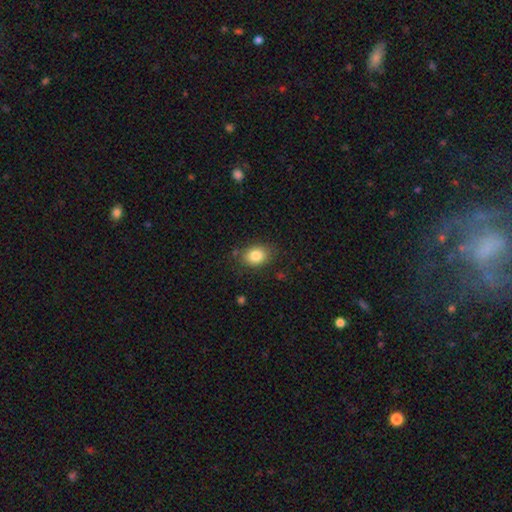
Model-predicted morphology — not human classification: smooth_or_featured: smooth (p=0.84) [alt: star or artifact p=0.09]
how_rounded: in between (p=0.66) [alt: round p=0.33]
merging: none (p=0.81) [alt: minor disturbance p=0.14]